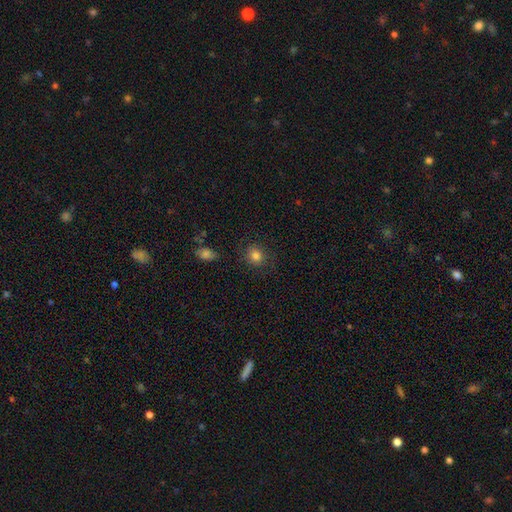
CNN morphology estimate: smooth-or-featured: smooth: 82% | star or artifact: 11% | featured or disk: 7%
  how-rounded: round: 76% | in between: 23% | cigar-shaped: 1%
  merging: none: 81% | minor disturbance: 12% | major disturbance: 5% | merger: 2%